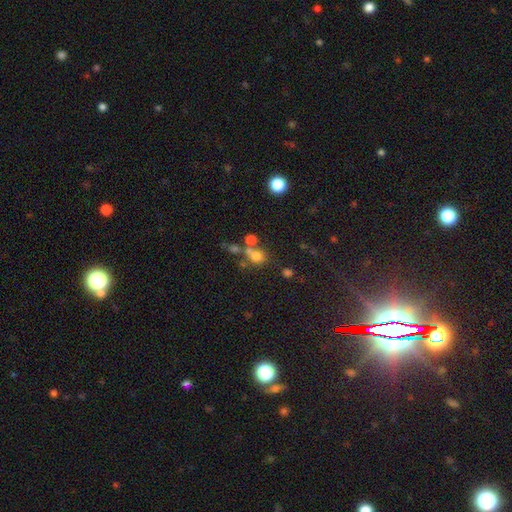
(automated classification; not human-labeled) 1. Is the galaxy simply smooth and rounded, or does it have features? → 69% smooth, 19% star or artifact, 13% featured or disk.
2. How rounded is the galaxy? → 78% round, 20% in between, 1% cigar-shaped.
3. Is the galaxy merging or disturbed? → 49% none, 35% merger, 10% minor disturbance, 7% major disturbance.